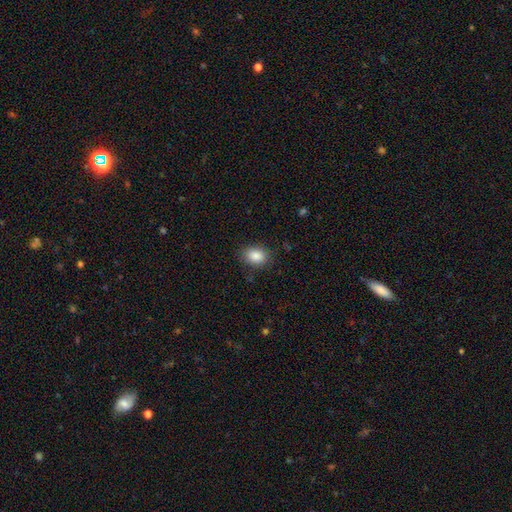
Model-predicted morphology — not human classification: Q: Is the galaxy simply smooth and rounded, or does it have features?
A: smooth — 87%.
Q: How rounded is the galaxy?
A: in between — 66%.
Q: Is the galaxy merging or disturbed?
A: none — 85%.